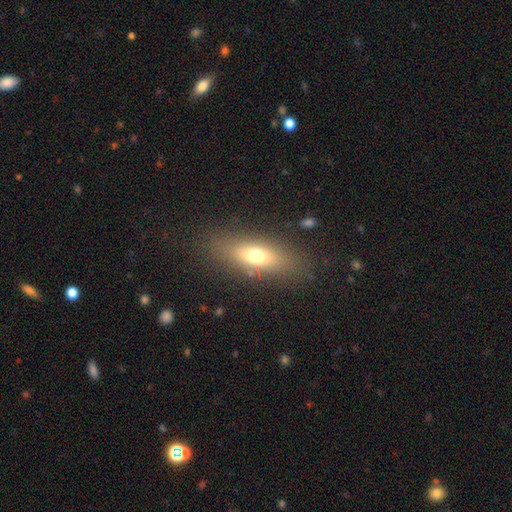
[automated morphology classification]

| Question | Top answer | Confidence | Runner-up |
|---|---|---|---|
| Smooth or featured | smooth | 66% | featured or disk (24%) |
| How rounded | in between | 64% | cigar-shaped (31%) |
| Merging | none | 83% | minor disturbance (11%) |